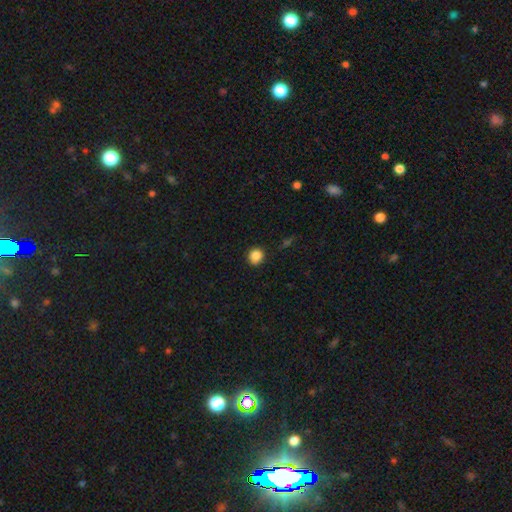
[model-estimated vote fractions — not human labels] A smooth galaxy with no disk features (86%) that is round (85%). Merging: none (87%).